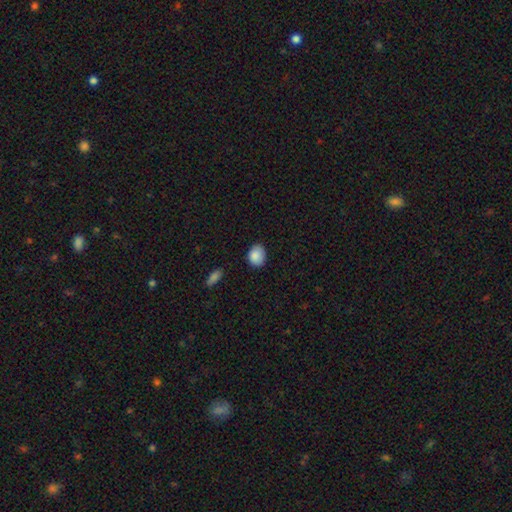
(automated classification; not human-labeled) Smooth or featured? smooth (88%)
How rounded? in between (56%)
Merging? none (83%)